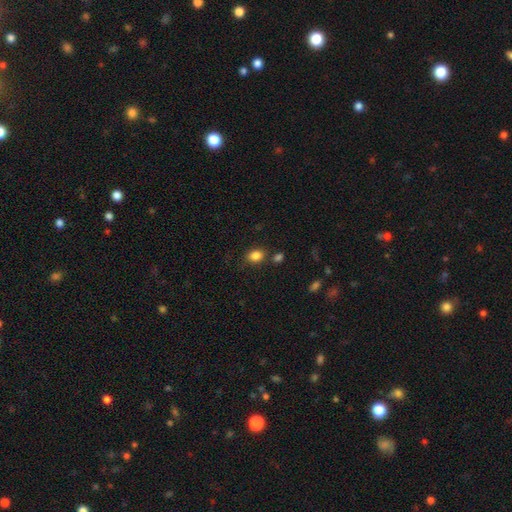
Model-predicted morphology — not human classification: Smooth or featured: smooth — 84% (star or artifact — 10%)
How rounded: in between — 60% (round — 39%)
Merging: none — 74% (minor disturbance — 13%)